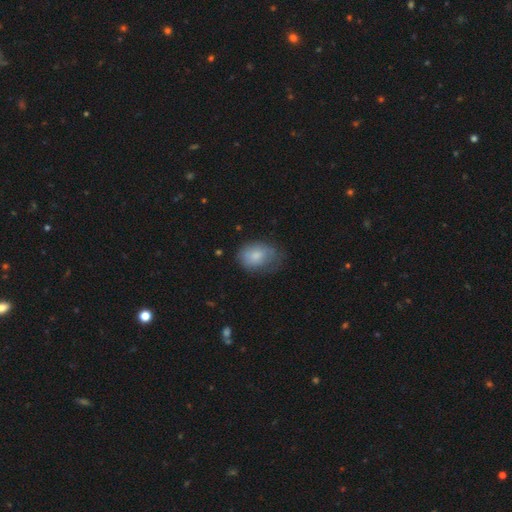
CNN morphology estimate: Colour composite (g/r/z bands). It shows a smooth galaxy with no disk features (76%) that is in between round and cigar-shaped (76%). Merging: none (50%).